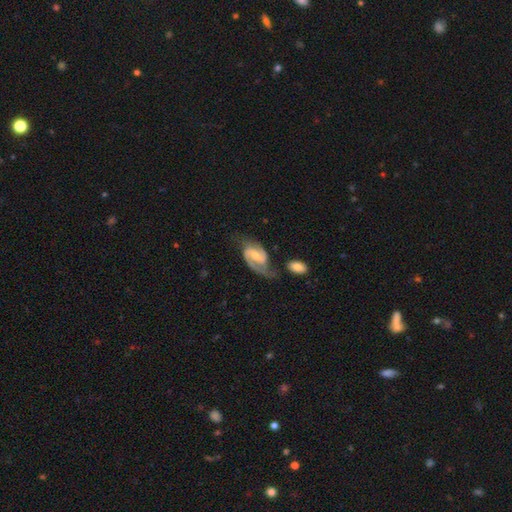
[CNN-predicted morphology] type=featured or disk (86%); edge-on=no (97%); bar=weak (50%); spiral arms=yes (97%); winding=medium (54%); arm count=2 (85%); bulge=moderate (46%); merging=none (54%).